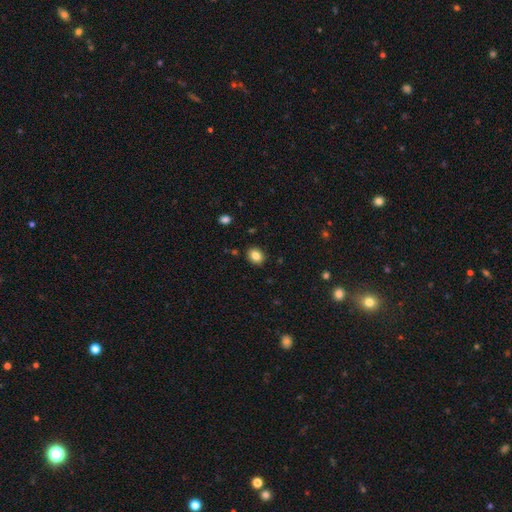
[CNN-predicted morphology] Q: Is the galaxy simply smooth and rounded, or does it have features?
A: smooth — 85%.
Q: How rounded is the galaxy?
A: in between — 52%.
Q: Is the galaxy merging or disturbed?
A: none — 89%.